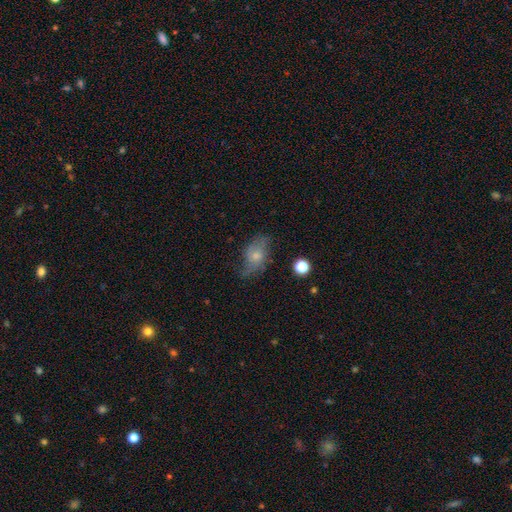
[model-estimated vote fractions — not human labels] smooth-or-featured: smooth: 53% | featured or disk: 37% | star or artifact: 10%
  how-rounded: in between: 83% | round: 14% | cigar-shaped: 3%
  merging: none: 54% | minor disturbance: 30% | major disturbance: 14% | merger: 2%